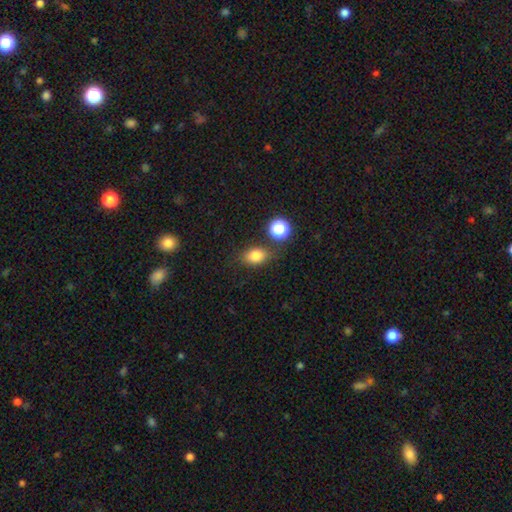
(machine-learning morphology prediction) smooth_or_featured: smooth (p=0.80) [alt: star or artifact p=0.12]
how_rounded: in between (p=0.68) [alt: round p=0.30]
merging: none (p=0.75) [alt: minor disturbance p=0.14]